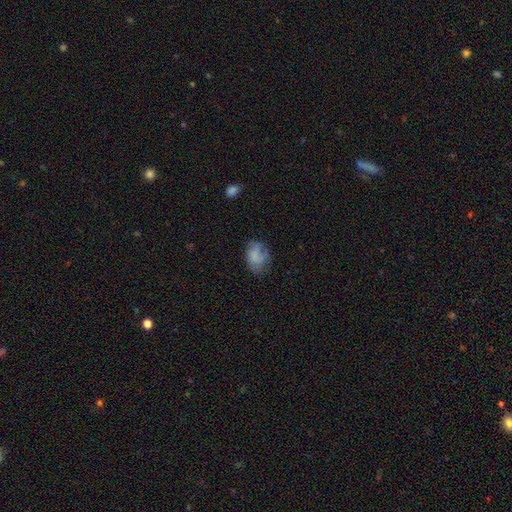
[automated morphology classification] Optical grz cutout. It shows a smooth galaxy with no disk features (68%) that is in between round and cigar-shaped (72%). Merging: none (50%).